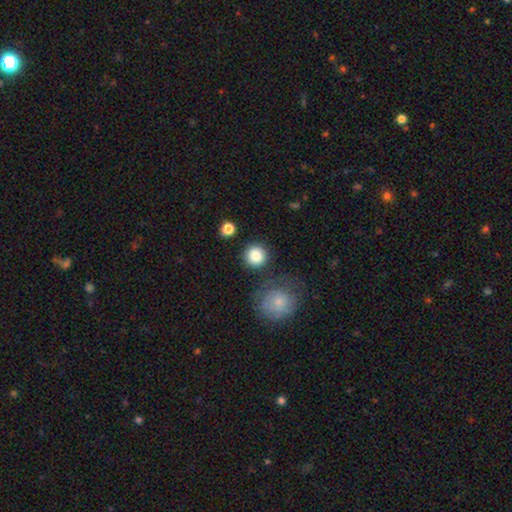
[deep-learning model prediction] smooth_or_featured: smooth (p=0.85) [alt: star or artifact p=0.09]
how_rounded: round (p=0.94) [alt: in between p=0.05]
merging: none (p=0.84) [alt: minor disturbance p=0.08]